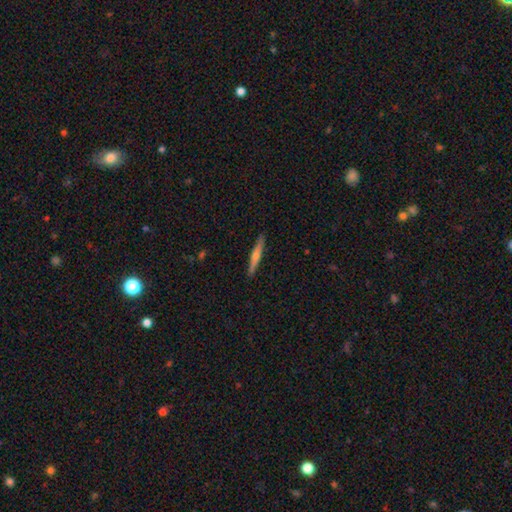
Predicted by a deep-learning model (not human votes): A featured or disk galaxy (61%) viewed edge-on (98%) with a rounded central bulge (78%).

Vote fractions:
- Smooth or featured? featured or disk: 61% / smooth: 33% / star or artifact: 6%
- Edge-on disk? yes: 98% / no: 2%
- Edge-on bulge? rounded: 78% / none: 16% / boxy: 6%
- Merging? none: 92% / minor disturbance: 6% / major disturbance: 1% / merger: 1%